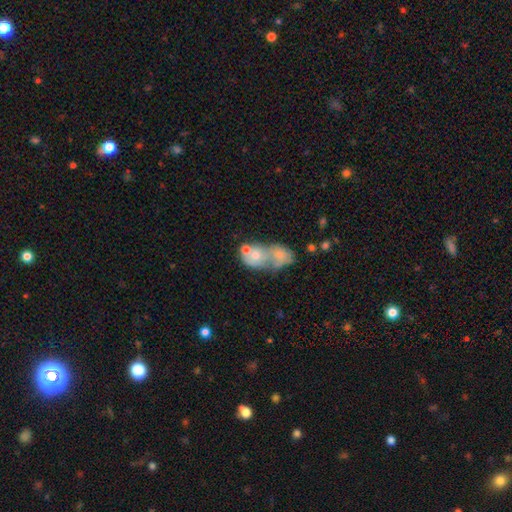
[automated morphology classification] A smooth galaxy with no disk features (52%) that is in between round and cigar-shaped (63%).

Vote fractions:
- Smooth or featured? smooth: 52% / featured or disk: 37% / star or artifact: 11%
- How rounded? in between: 63% / round: 35% / cigar-shaped: 2%
- Merging? merger: 74% / none: 13% / minor disturbance: 7% / major disturbance: 7%